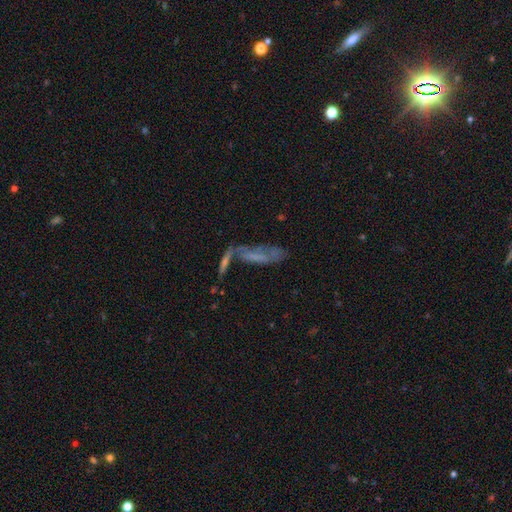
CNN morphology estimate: smooth_or_featured: featured or disk (p=0.45) [alt: smooth p=0.42]
merging: merger (p=0.40) [alt: none p=0.27]